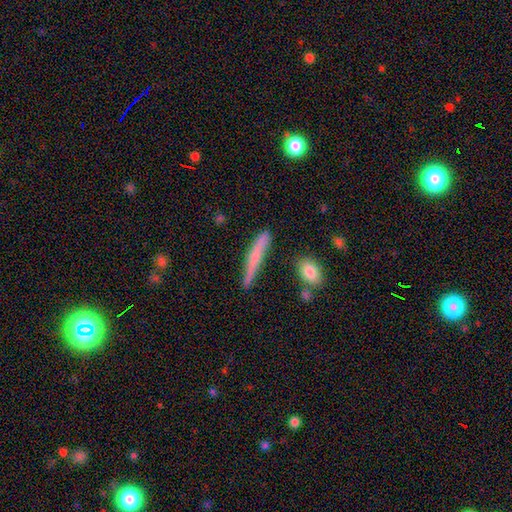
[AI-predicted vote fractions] Smooth or featured? Predicted: smooth (p=0.54). How rounded? Predicted: cigar-shaped (p=0.93). Merging? Predicted: none (p=0.75).